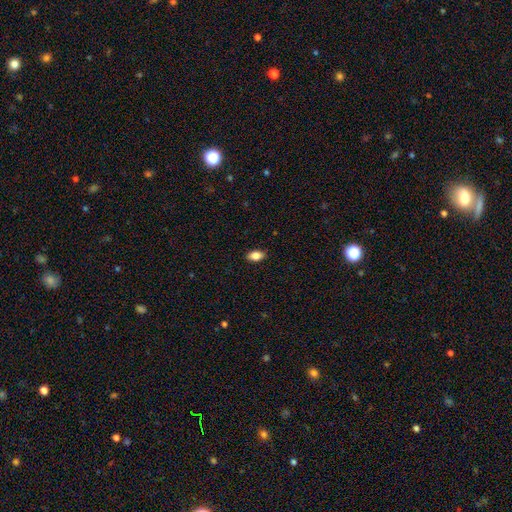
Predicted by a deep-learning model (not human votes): smooth_or_featured: smooth (p=0.85) [alt: star or artifact p=0.08]
how_rounded: in between (p=0.89) [alt: round p=0.09]
merging: none (p=0.89) [alt: minor disturbance p=0.08]